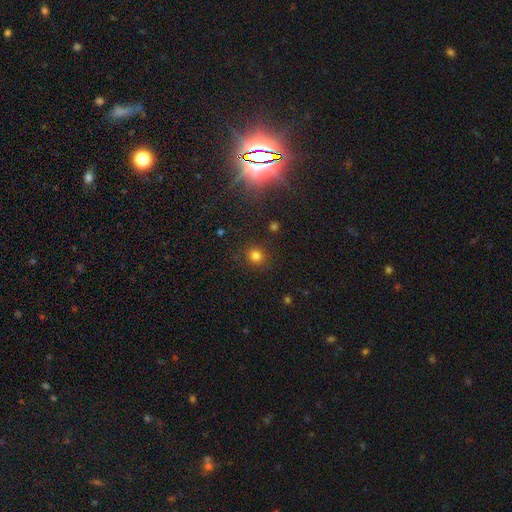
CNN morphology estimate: This appears to be a smooth galaxy with no disk features (80%) that is round (82%). Merging: none (87%).